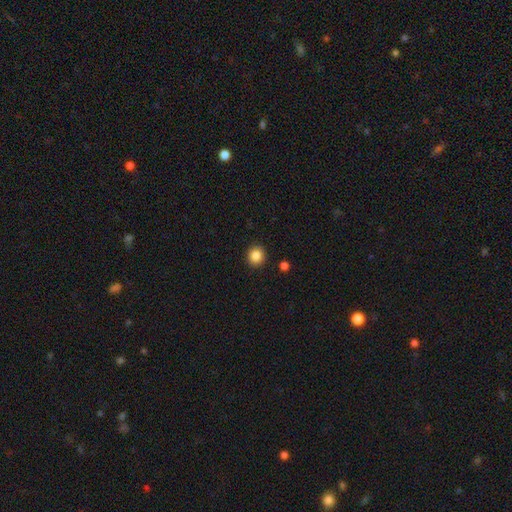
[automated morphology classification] Smooth or featured? smooth (85%)
How rounded? round (87%)
Merging? none (91%)